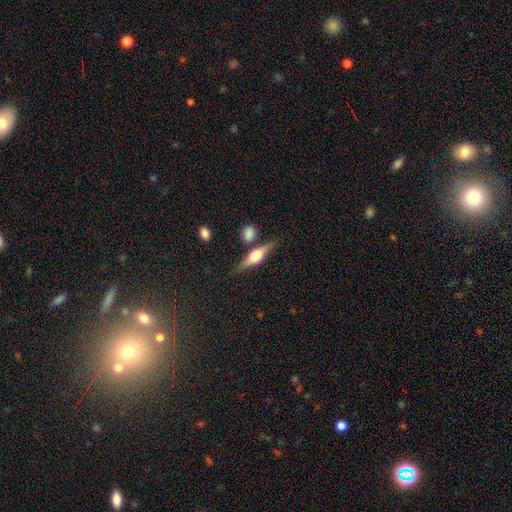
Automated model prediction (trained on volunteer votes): Smooth or featured? featured or disk (64%)
Edge-on disk? yes (94%)
Edge-on bulge? rounded (92%)
Merging? none (75%)